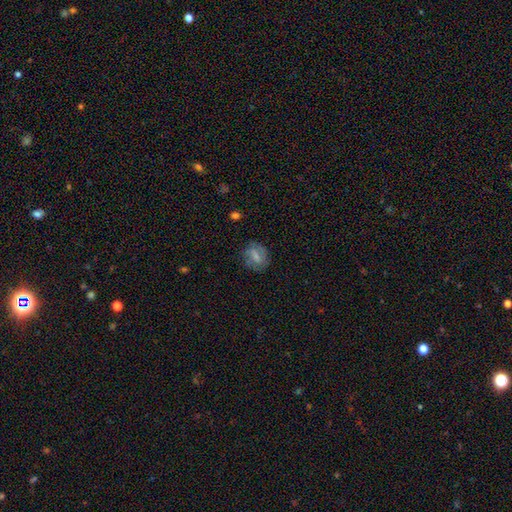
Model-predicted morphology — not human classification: Smooth or featured? smooth (56%)
How rounded? round (55%)
Merging? none (73%)